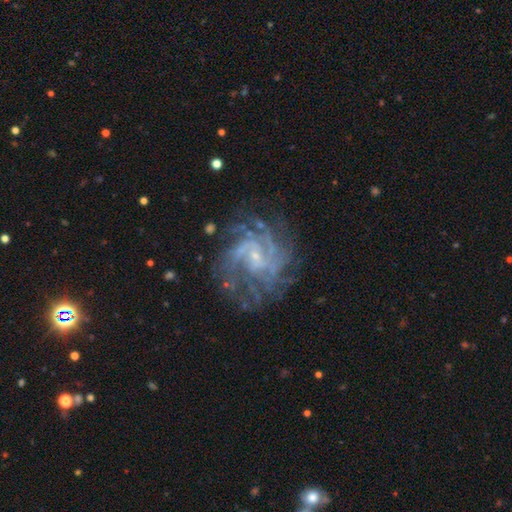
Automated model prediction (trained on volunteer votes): This appears to be a featured or disk galaxy (86%) with no bar (51%), tight (49%) spiral arms (95%) and a small central bulge (77%). Merging: none (69%).